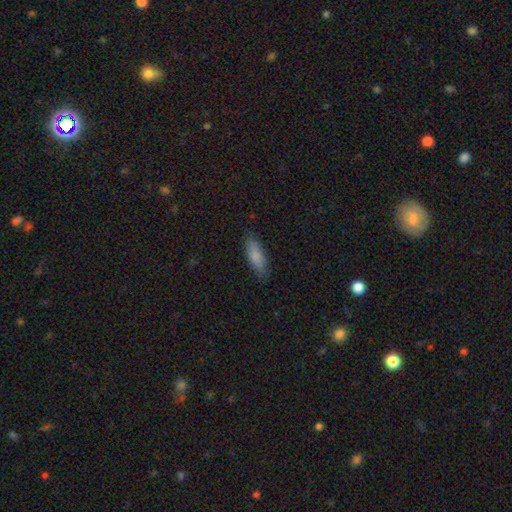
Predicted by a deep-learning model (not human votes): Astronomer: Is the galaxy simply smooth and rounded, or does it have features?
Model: smooth — 84%.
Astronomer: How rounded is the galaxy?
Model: in between — 63%.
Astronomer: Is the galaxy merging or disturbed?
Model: none — 83%.